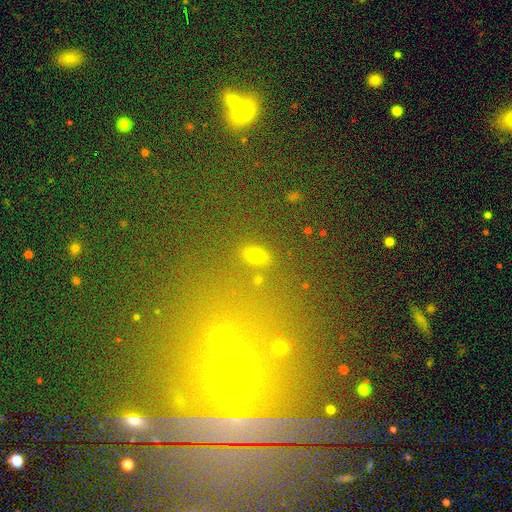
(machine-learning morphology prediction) A smooth galaxy with no disk features (67%) that is in between round and cigar-shaped (78%).

Vote fractions:
- Smooth or featured? smooth: 67% / star or artifact: 23% / featured or disk: 10%
- How rounded? in between: 78% / round: 13% / cigar-shaped: 9%
- Merging? none: 82% / minor disturbance: 9% / merger: 5% / major disturbance: 4%